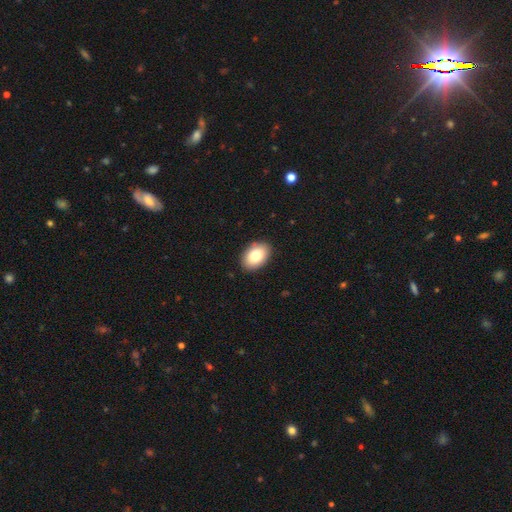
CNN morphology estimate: smooth-or-featured: smooth: 82% | featured or disk: 11% | star or artifact: 8%
  how-rounded: in between: 86% | round: 13% | cigar-shaped: 1%
  merging: none: 89% | minor disturbance: 8% | major disturbance: 2% | merger: 1%